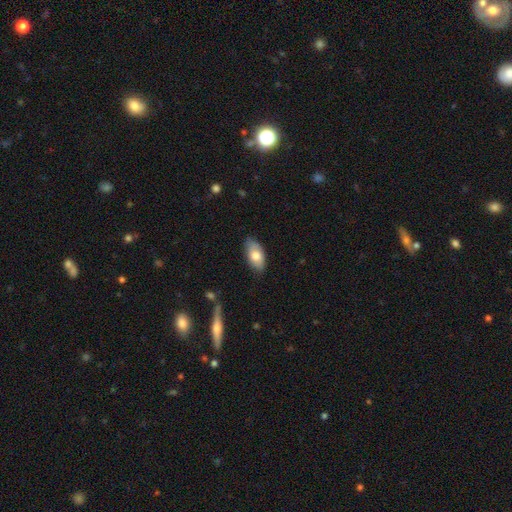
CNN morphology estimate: This appears to be a smooth galaxy with no disk features (73%) that is in between round and cigar-shaped (93%). Merging: none (77%).